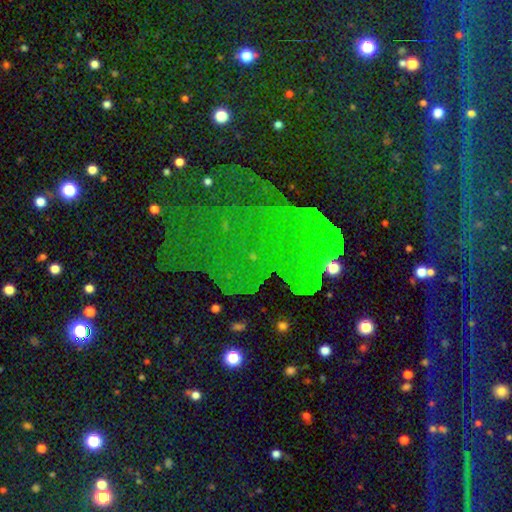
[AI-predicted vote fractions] Q: Smooth or featured?
A: star or artifact (79%); runner-up: smooth (11%)